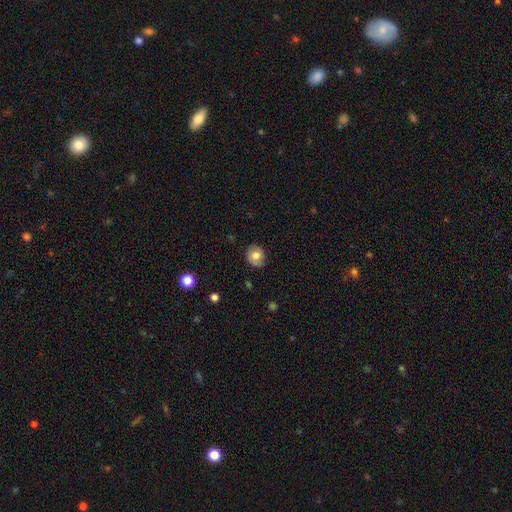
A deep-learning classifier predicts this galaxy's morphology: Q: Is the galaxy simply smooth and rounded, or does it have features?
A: smooth — 76%.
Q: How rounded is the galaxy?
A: round — 73%.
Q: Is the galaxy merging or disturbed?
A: none — 84%.